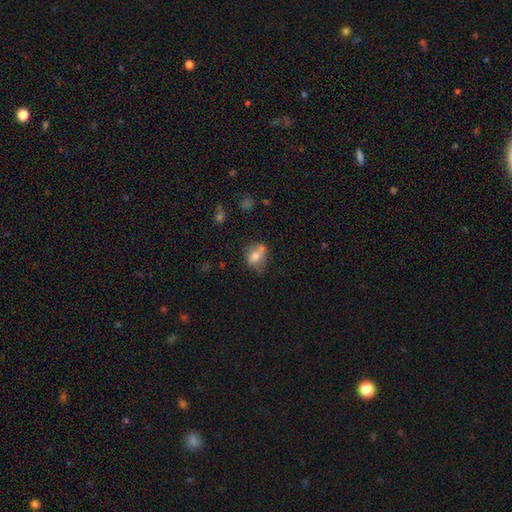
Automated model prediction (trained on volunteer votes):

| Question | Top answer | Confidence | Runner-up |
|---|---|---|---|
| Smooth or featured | smooth | 72% | featured or disk (17%) |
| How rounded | in between | 53% | round (45%) |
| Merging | none | 44% | minor disturbance (26%) |